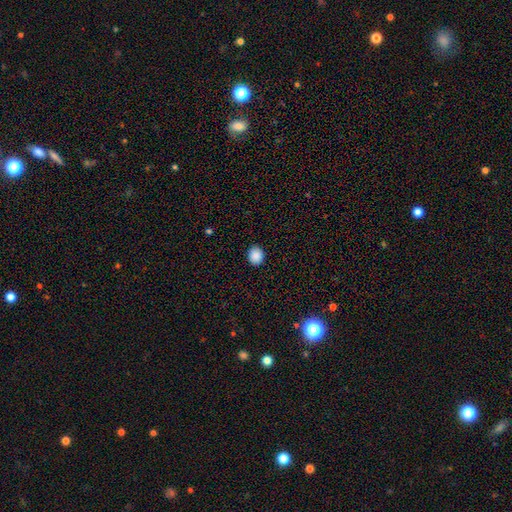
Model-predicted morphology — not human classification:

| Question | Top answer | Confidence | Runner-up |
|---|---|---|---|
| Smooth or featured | smooth | 88% | star or artifact (9%) |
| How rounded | round | 70% | in between (30%) |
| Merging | none | 90% | minor disturbance (7%) |